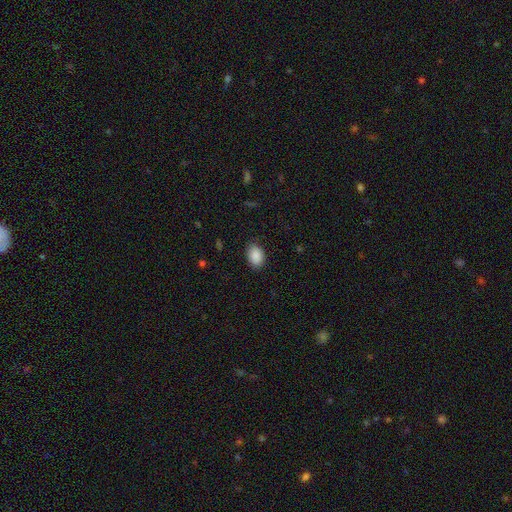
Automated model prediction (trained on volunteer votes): Smooth or featured?
  - smooth: 90% *
  - star or artifact: 7%
  - featured or disk: 3%
How rounded?
  - in between: 82% *
  - round: 17%
  - cigar-shaped: 1%
Merging?
  - none: 85% *
  - minor disturbance: 12%
  - major disturbance: 3%
  - merger: 1%